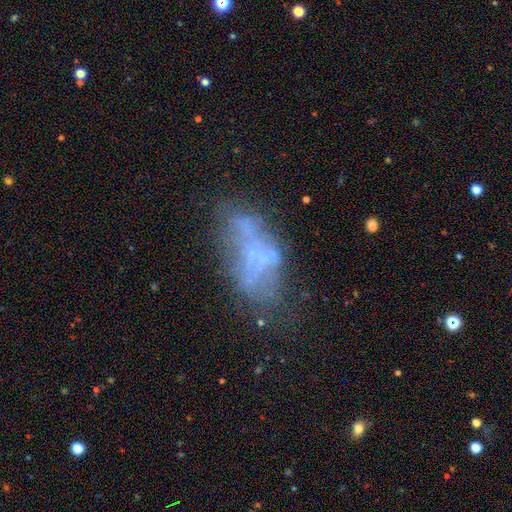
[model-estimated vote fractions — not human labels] featured or disk 55%, smooth 29%, star or artifact 16%. Down the decision tree: edge-on disk — no (91%); merging — none (40%).